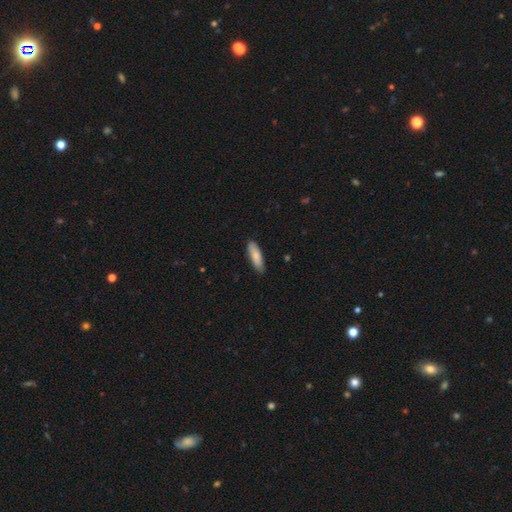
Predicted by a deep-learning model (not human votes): This is clearly a smooth galaxy (85%). How rounded: possibly cigar-shaped (56%). Merging: clearly none (87%).